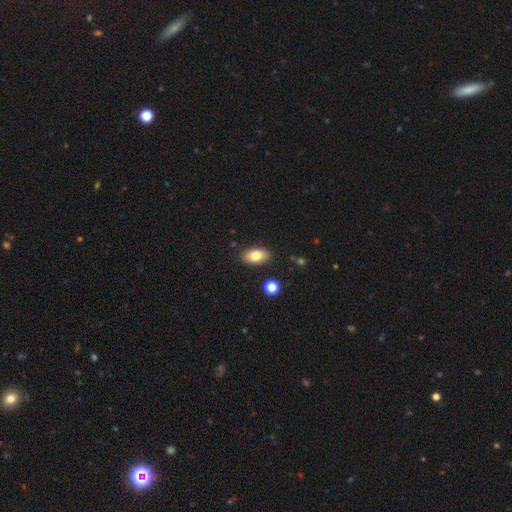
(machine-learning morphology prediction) Smooth or featured? Predicted: smooth (p=0.80). How rounded? Predicted: in between (p=0.91). Merging? Predicted: none (p=0.86).